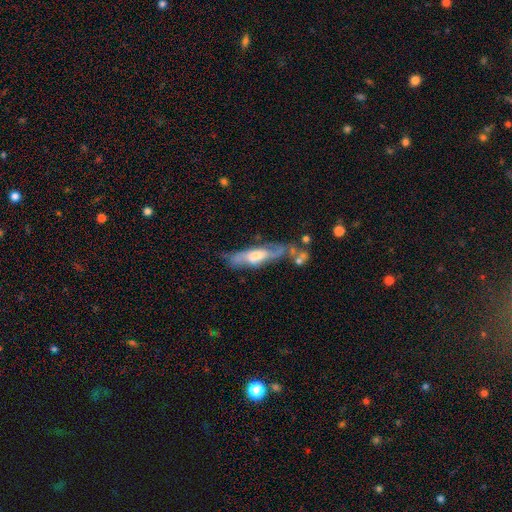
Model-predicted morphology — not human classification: Smooth or featured?
  - featured or disk: 67% *
  - smooth: 26%
  - star or artifact: 6%
Edge-on disk?
  - no: 62% *
  - yes: 38%
Merging?
  - none: 50% *
  - minor disturbance: 25%
  - major disturbance: 15%
  - merger: 10%